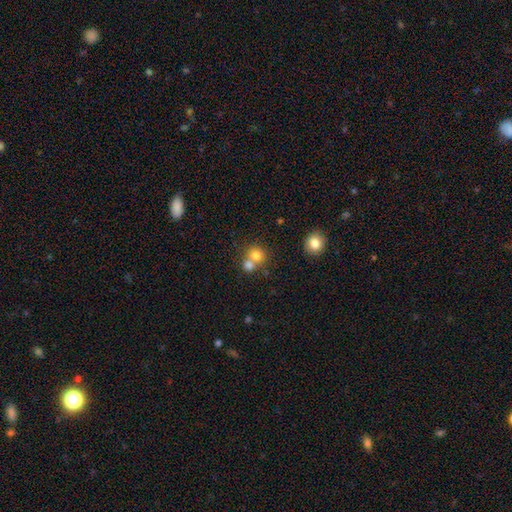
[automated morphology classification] Overall: smooth (77%). How rounded: round (85%). Merging: merger (47%; none 44%).